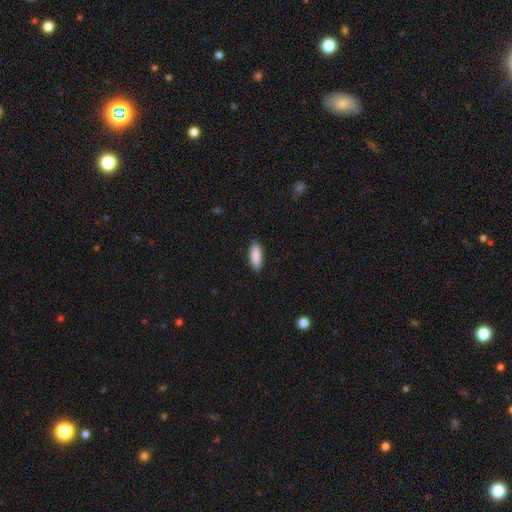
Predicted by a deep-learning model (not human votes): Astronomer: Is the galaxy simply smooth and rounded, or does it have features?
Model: smooth — 89%.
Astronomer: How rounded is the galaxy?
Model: in between — 63%.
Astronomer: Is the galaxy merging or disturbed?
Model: none — 89%.